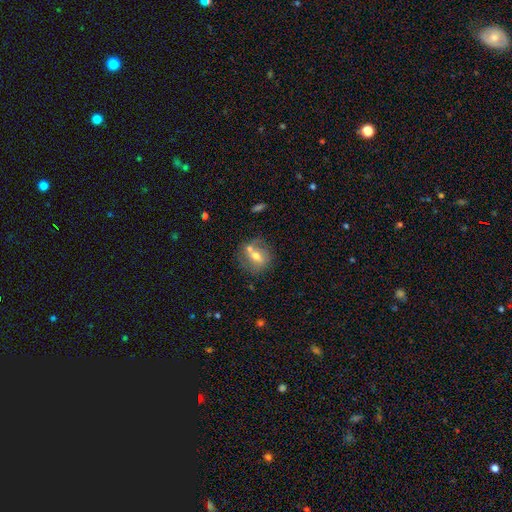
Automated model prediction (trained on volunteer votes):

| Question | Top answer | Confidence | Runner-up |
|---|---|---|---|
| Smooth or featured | smooth | 48% | featured or disk (43%) |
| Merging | none | 54% | merger (25%) |